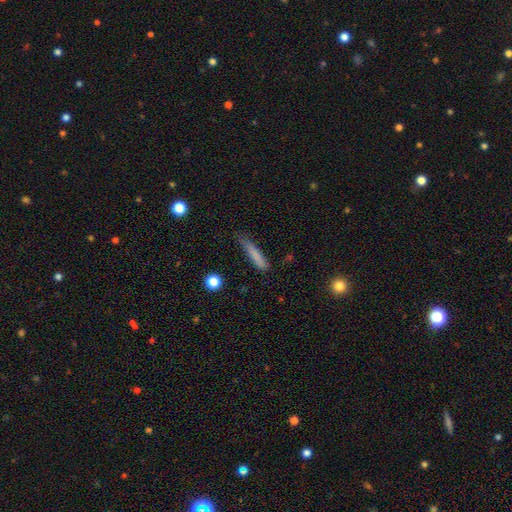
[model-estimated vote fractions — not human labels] The model was most divided on "merging": none: 57%, minor disturbance: 31%, major disturbance: 9%, merger: 3%. More confident: how rounded — cigar-shaped (88%); smooth or featured — smooth (77%).